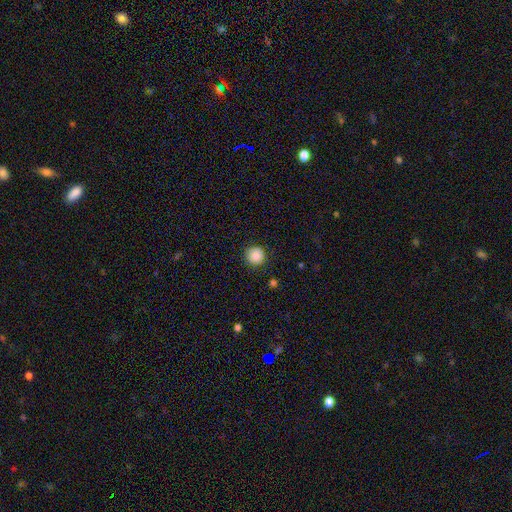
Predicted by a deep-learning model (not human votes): Morphology: type=smooth (87%); roundness=round (94%); merging=none (89%).